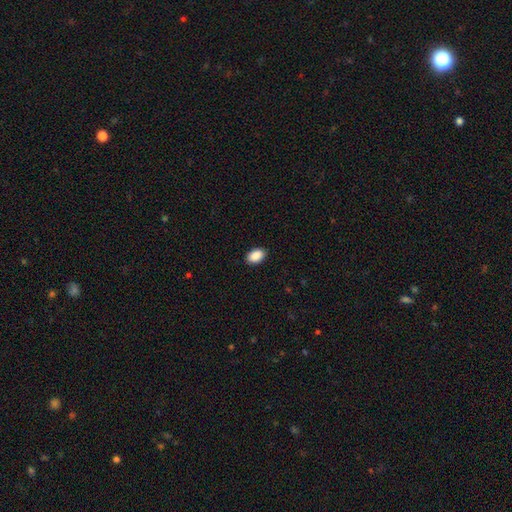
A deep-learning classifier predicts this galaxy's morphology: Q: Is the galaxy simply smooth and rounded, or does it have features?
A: smooth — 91%.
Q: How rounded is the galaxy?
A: in between — 91%.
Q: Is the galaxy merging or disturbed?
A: none — 89%.